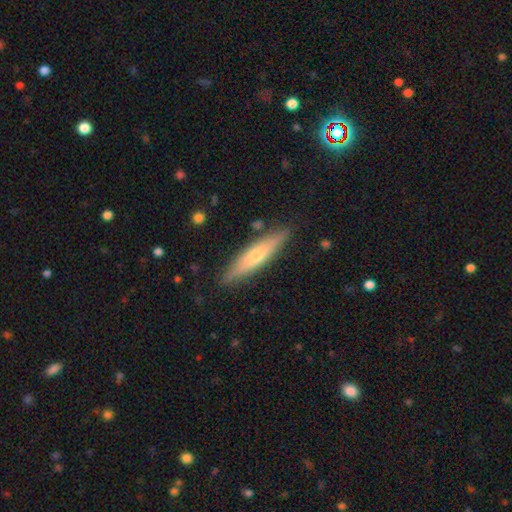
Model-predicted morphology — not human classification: A smooth galaxy with no disk features (49%).

Vote fractions:
- Smooth or featured? smooth: 49% / featured or disk: 44% / star or artifact: 6%
- Merging? none: 86% / minor disturbance: 10% / major disturbance: 2% / merger: 2%